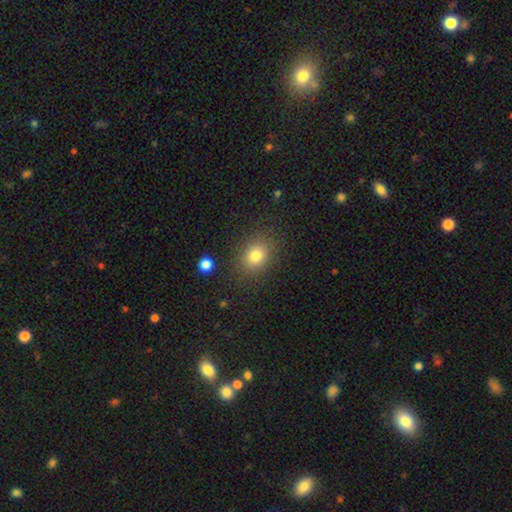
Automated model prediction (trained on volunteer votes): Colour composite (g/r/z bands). It shows a smooth galaxy with no disk features (79%) that is round (53%). Merging: none (84%).